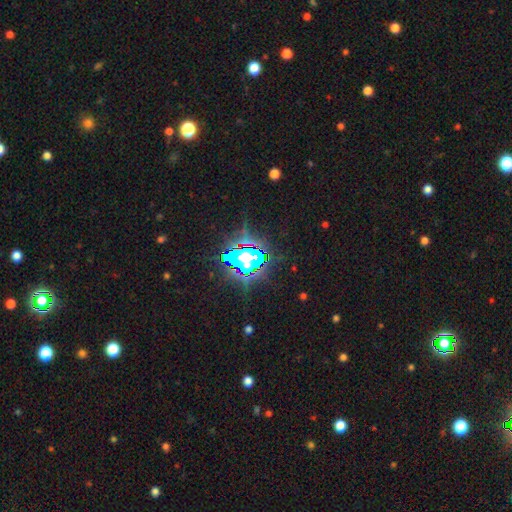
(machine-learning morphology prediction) Smooth or featured? Predicted: star or artifact (p=0.81).